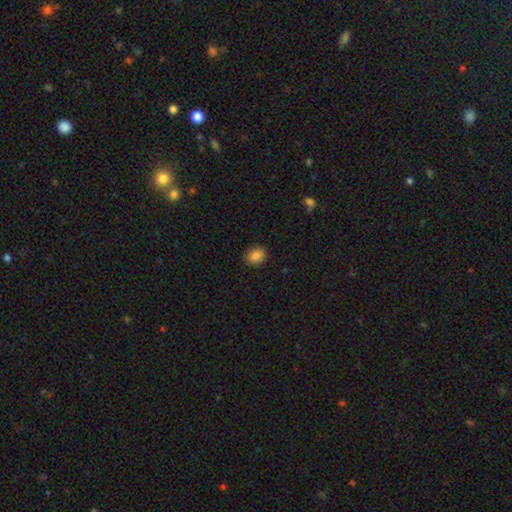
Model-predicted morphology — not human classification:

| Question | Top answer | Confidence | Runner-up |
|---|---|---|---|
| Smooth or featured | smooth | 85% | star or artifact (10%) |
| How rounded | round | 56% | in between (43%) |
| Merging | none | 89% | minor disturbance (8%) |